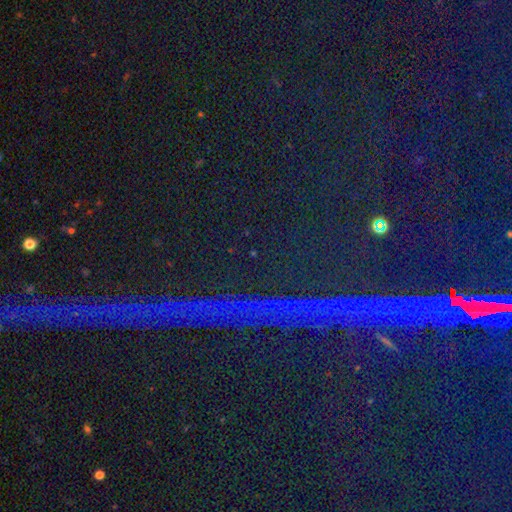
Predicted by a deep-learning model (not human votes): Smooth or featured? Predicted: star or artifact (p=0.90).